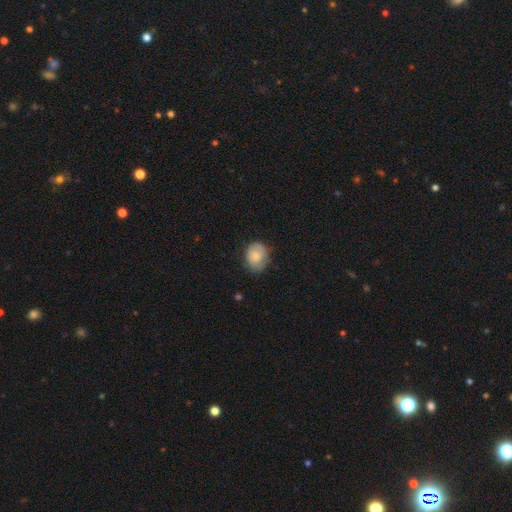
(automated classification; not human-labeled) smooth-or-featured: smooth: 72% | featured or disk: 21% | star or artifact: 7%
  how-rounded: round: 51% | in between: 48% | cigar-shaped: 1%
  merging: none: 66% | minor disturbance: 27% | major disturbance: 7% | merger: 1%